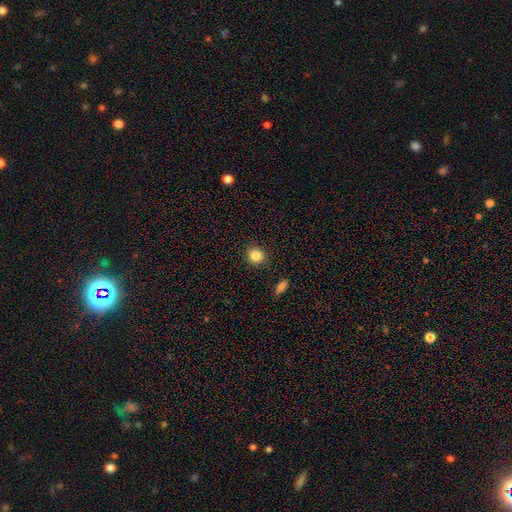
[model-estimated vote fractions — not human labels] Morphology: type=smooth (84%); roundness=round (90%); merging=none (90%).